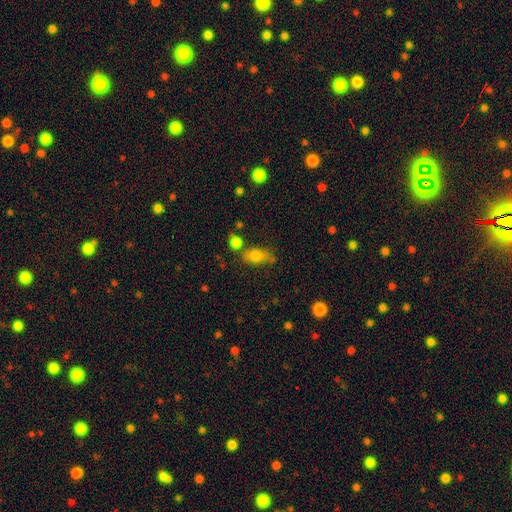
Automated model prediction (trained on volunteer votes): smooth 77%, featured or disk 13%, star or artifact 10%. Down the decision tree: how rounded — in between (81%); merging — none (56%).